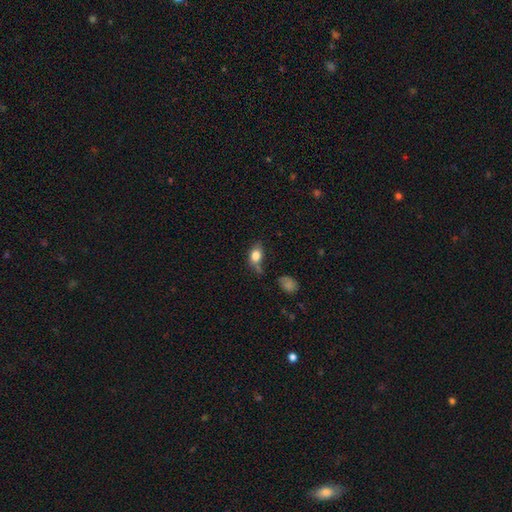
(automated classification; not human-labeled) Overall: smooth (81%). How rounded: in between (77%). Merging: none (56%; minor disturbance 26%).